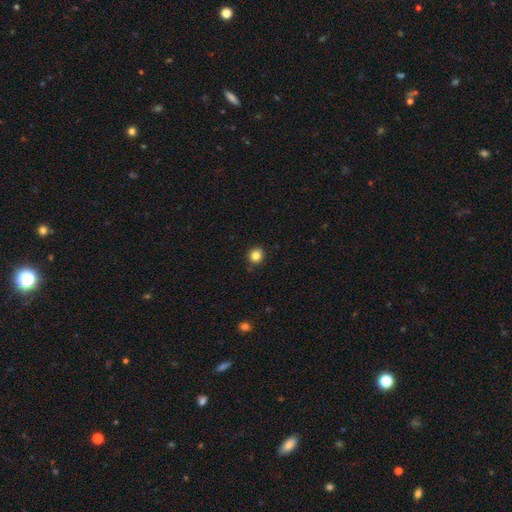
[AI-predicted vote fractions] Smooth or featured?
  - smooth: 83% *
  - star or artifact: 12%
  - featured or disk: 5%
How rounded?
  - round: 89% *
  - in between: 10%
  - cigar-shaped: 1%
Merging?
  - none: 90% *
  - minor disturbance: 7%
  - major disturbance: 2%
  - merger: 1%